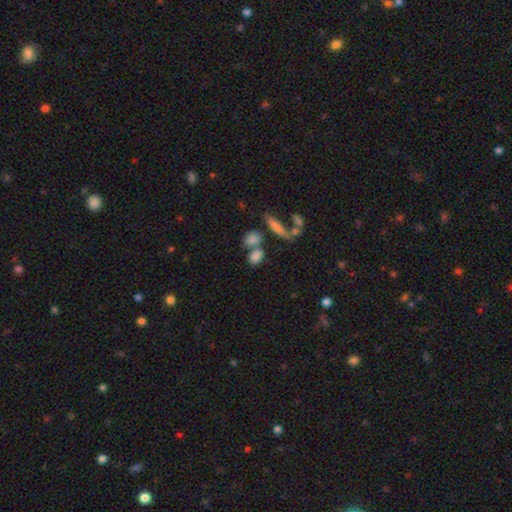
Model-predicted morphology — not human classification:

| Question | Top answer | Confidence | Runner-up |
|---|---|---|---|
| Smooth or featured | smooth | 78% | featured or disk (11%) |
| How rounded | in between | 69% | round (23%) |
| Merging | none | 46% | merger (36%) |